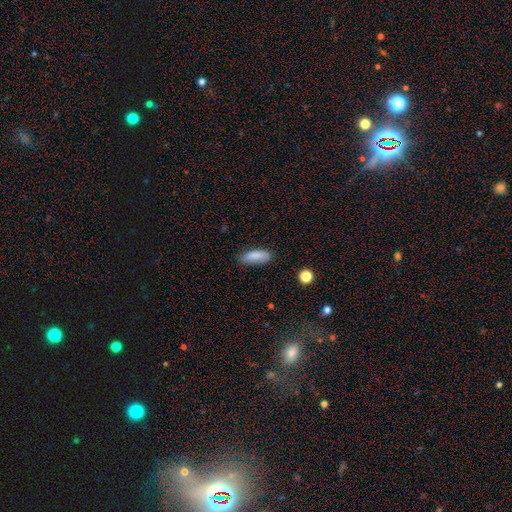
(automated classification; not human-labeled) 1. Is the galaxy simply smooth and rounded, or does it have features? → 85% smooth, 8% star or artifact, 7% featured or disk.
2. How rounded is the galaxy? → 68% in between, 30% cigar-shaped, 2% round.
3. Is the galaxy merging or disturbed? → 71% none, 22% minor disturbance, 5% major disturbance, 2% merger.